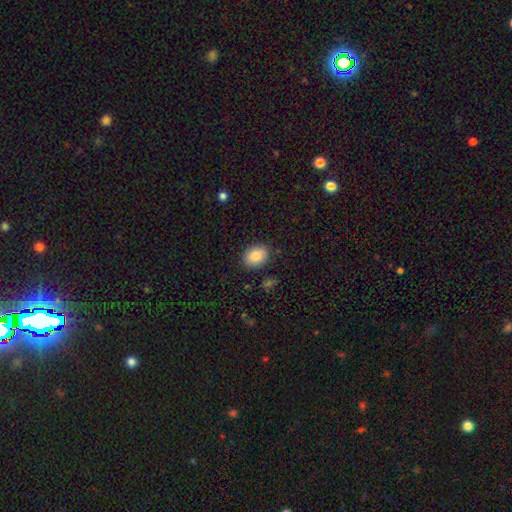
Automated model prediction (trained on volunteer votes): Smooth or featured? smooth (85%)
How rounded? in between (69%)
Merging? none (86%)